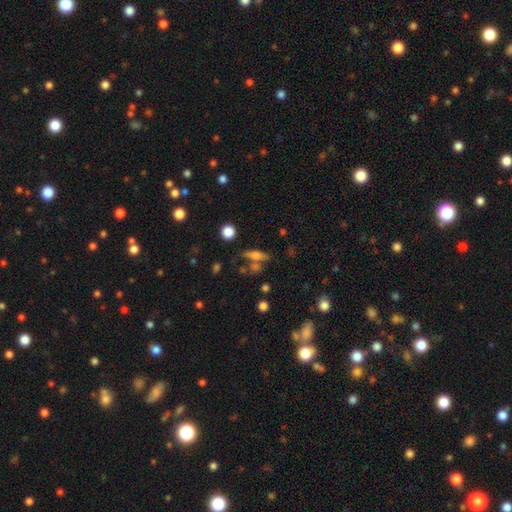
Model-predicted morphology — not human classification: type=smooth (49%); merging=none (63%).